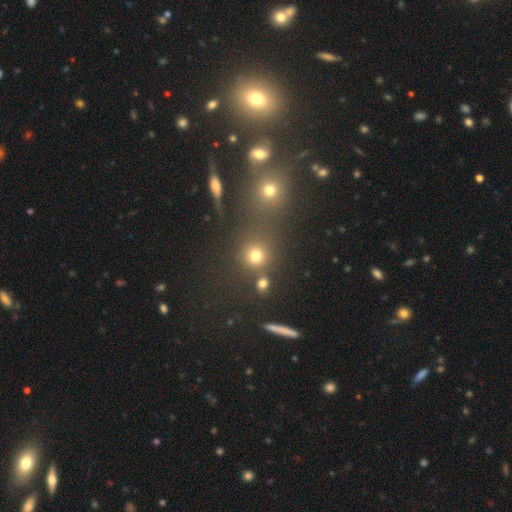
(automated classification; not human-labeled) This is likely a smooth galaxy (75%). How rounded: clearly round (89%). Merging: likely none (67%).